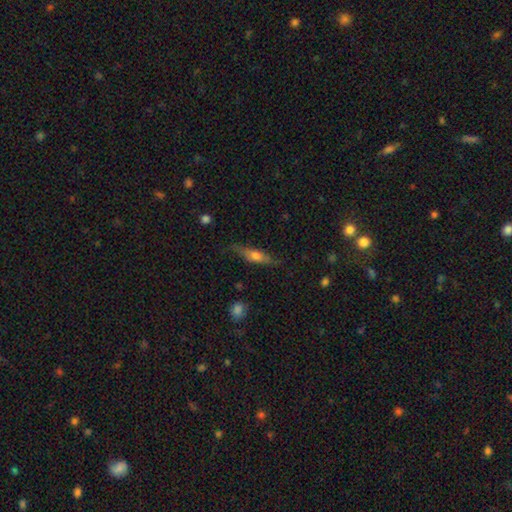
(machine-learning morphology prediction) Overall: smooth (52%; featured or disk 41%). How rounded: cigar-shaped (61%; in between 36%). Merging: none (69%).